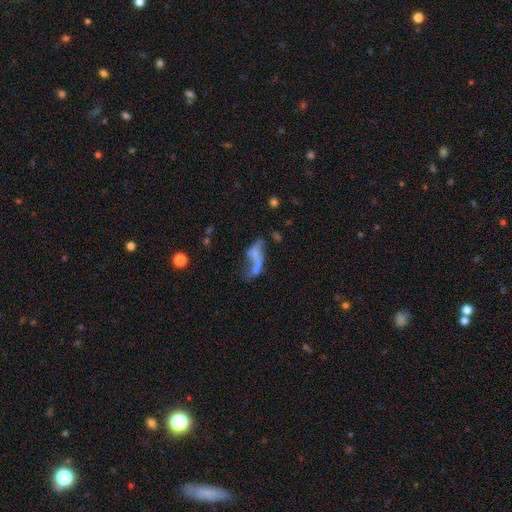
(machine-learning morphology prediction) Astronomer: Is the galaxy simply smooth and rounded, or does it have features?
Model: featured or disk — 44% (runner-up: smooth, 41%).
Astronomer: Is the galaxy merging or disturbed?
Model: major disturbance — 37% (runner-up: merger, 30%).